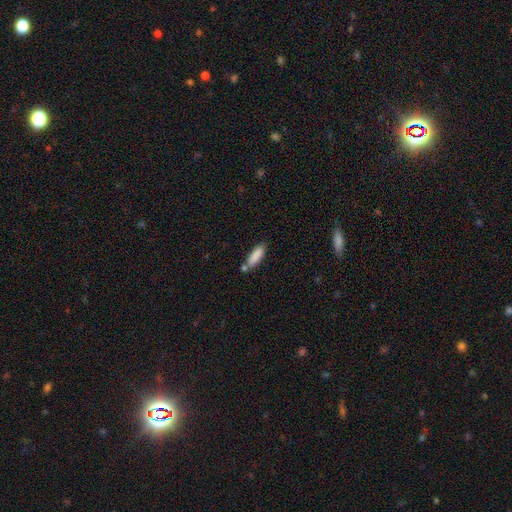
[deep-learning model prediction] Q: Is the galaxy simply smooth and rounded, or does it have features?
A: smooth — 86%.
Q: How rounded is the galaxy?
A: cigar-shaped — 55%.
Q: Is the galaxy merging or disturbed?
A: none — 64%.